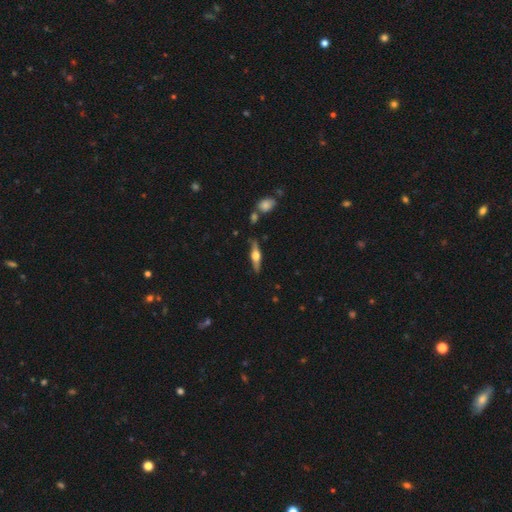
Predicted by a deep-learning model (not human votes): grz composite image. It shows a featured or disk galaxy (69%) viewed edge-on (95%) with a rounded central bulge (93%). Merging: none (85%).